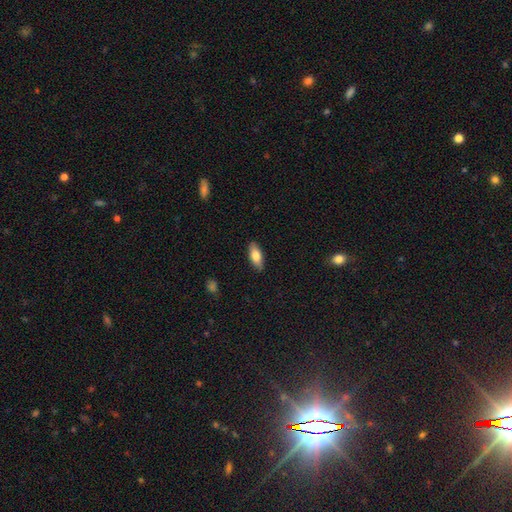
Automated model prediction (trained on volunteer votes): smooth-or-featured: smooth: 80% | featured or disk: 14% | star or artifact: 6%
  how-rounded: in between: 81% | cigar-shaped: 16% | round: 2%
  merging: none: 88% | minor disturbance: 9% | major disturbance: 2% | merger: 1%